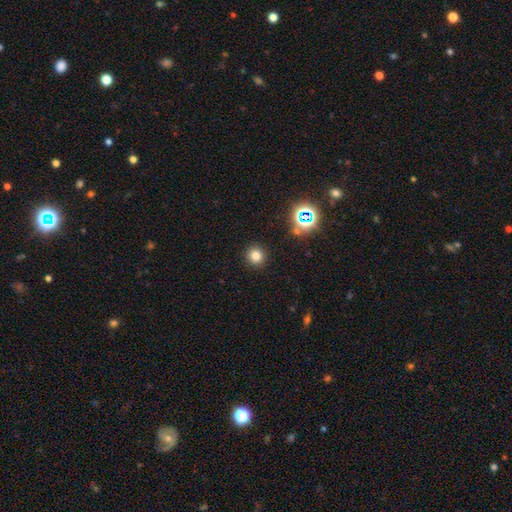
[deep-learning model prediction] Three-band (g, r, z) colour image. It shows a smooth galaxy with no disk features (77%) that is round (91%). Merging: none (91%).